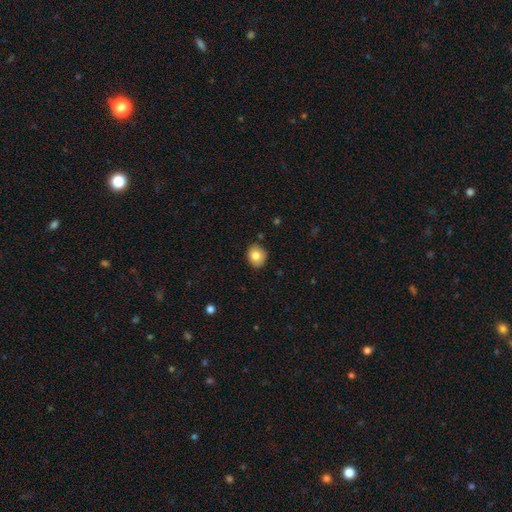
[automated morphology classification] smooth 82%, featured or disk 9%, star or artifact 9%. Down the decision tree: how rounded — round (70%); merging — none (88%).